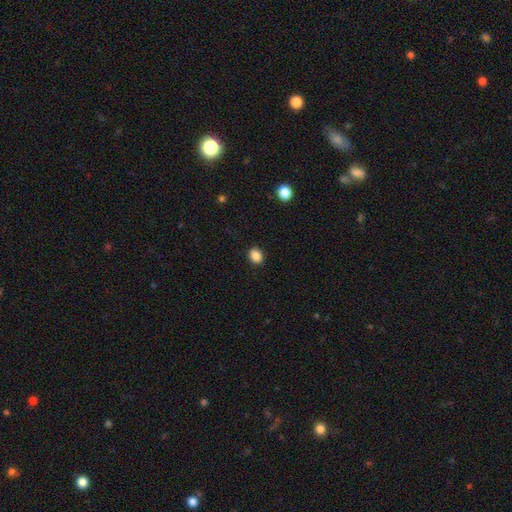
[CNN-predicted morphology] Smooth or featured? Predicted: smooth (p=0.87). How rounded? Predicted: in between (p=0.57). Merging? Predicted: none (p=0.90).